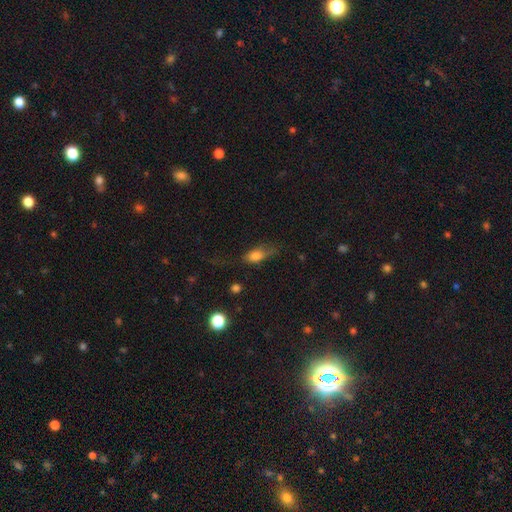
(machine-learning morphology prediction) Smooth or featured: smooth — 75% (featured or disk — 15%)
How rounded: in between — 77% (cigar-shaped — 14%)
Merging: none — 49% (minor disturbance — 31%)